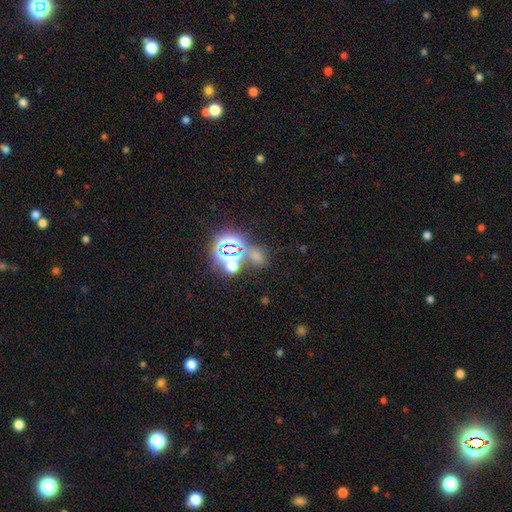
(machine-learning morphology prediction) Q: Smooth or featured?
A: star or artifact (52%); runner-up: smooth (39%)